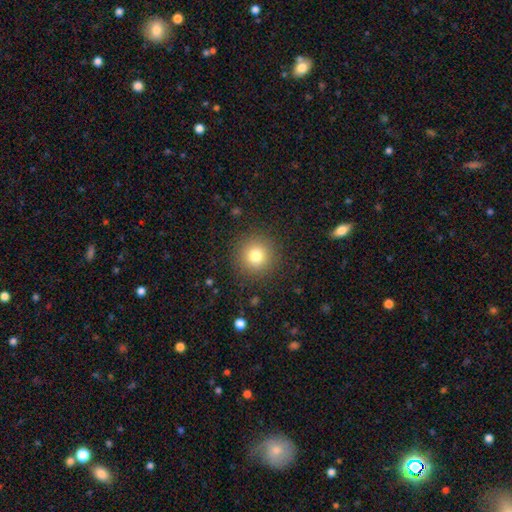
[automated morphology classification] Smooth or featured? smooth (78%)
How rounded? round (95%)
Merging? none (90%)